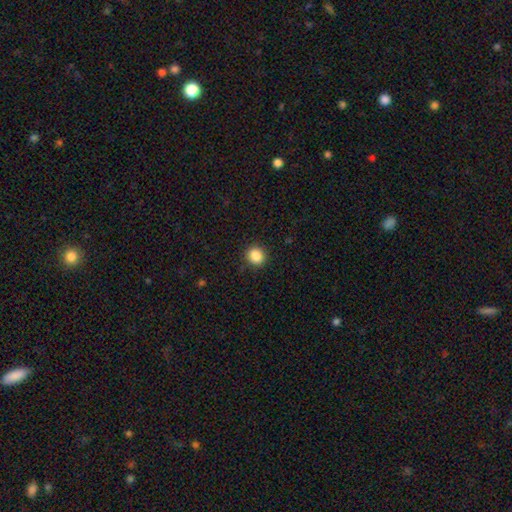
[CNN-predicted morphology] This appears to be a smooth galaxy with no disk features (86%) that is round (87%). Merging: none (91%).